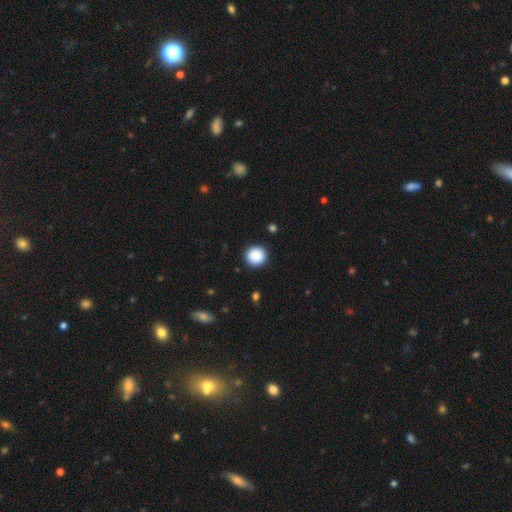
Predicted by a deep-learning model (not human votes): Smooth or featured? smooth (89%)
How rounded? round (94%)
Merging? none (91%)